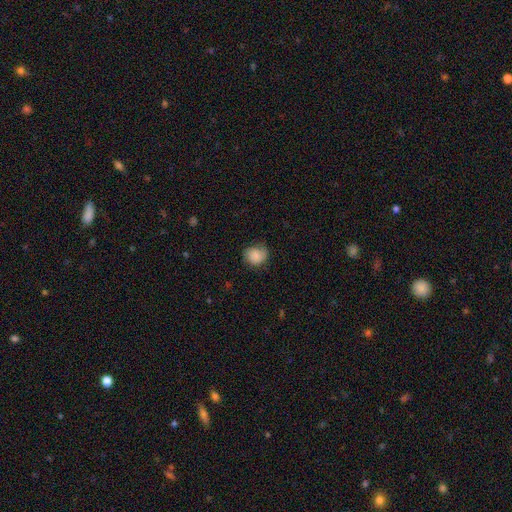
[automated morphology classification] Smooth or featured? smooth (80%)
How rounded? round (72%)
Merging? none (63%)